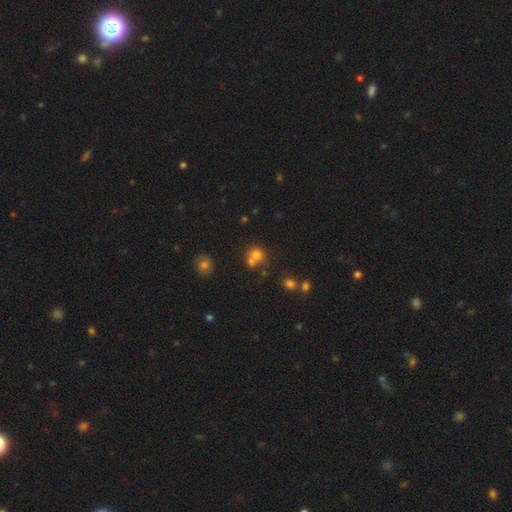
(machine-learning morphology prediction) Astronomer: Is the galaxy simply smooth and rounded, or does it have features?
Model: smooth — 71%.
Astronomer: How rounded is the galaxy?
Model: round — 81%.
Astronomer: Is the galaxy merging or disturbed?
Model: merger — 44%, tied with none at 44%.